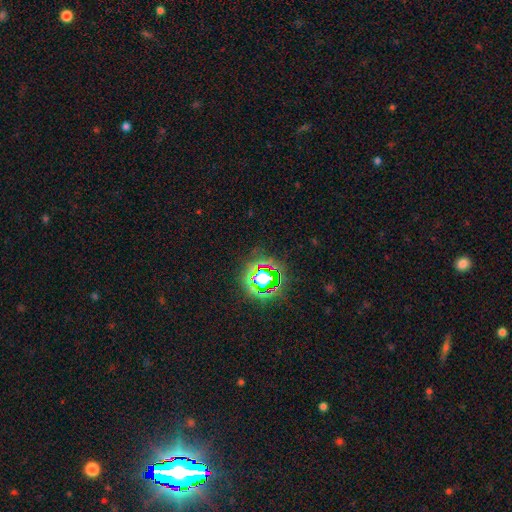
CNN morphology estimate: smooth_or_featured: star or artifact (p=0.81) [alt: smooth p=0.12]